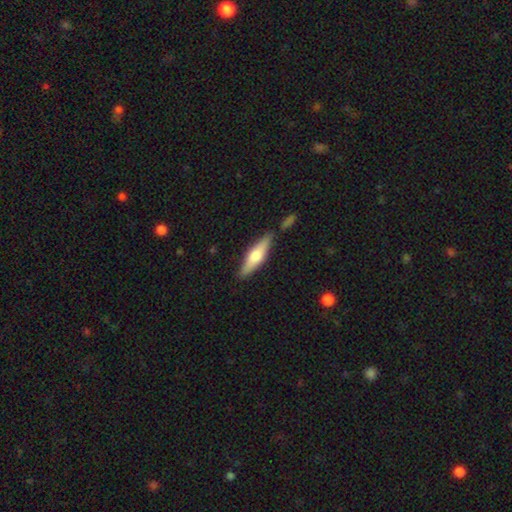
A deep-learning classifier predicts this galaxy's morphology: type=smooth (52%); roundness=cigar-shaped (68%); merging=none (78%).